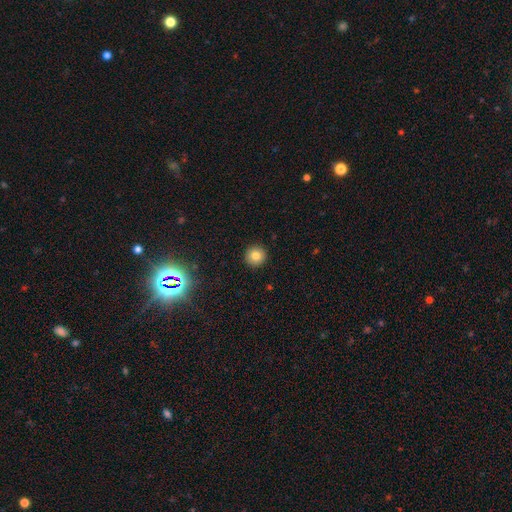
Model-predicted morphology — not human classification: smooth-or-featured: smooth: 81% | star or artifact: 12% | featured or disk: 7%
  how-rounded: round: 95% | in between: 4% | cigar-shaped: 1%
  merging: none: 93% | minor disturbance: 5% | major disturbance: 2% | merger: 1%